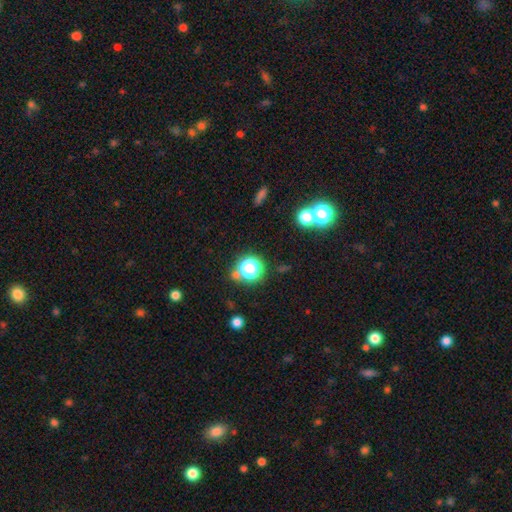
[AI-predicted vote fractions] A smooth galaxy with no disk features (48%). Merging: none (71%).